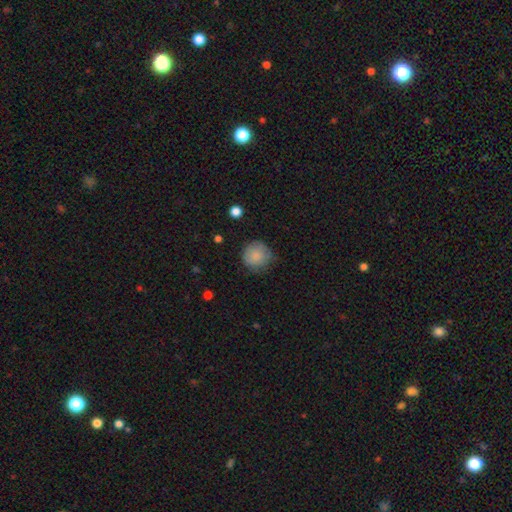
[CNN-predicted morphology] The model was most divided on "merging": none: 72%, minor disturbance: 21%, major disturbance: 5%, merger: 1%. More confident: how rounded — round (93%); smooth or featured — smooth (84%).